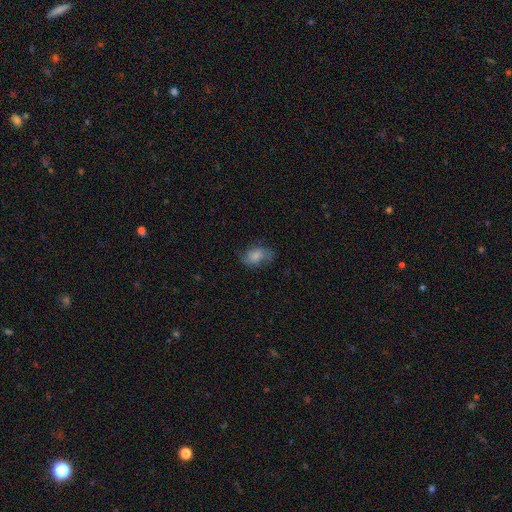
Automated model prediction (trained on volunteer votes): smooth_or_featured: smooth (p=0.66) [alt: featured or disk p=0.25]
how_rounded: in between (p=0.84) [alt: round p=0.14]
merging: none (p=0.63) [alt: minor disturbance p=0.24]